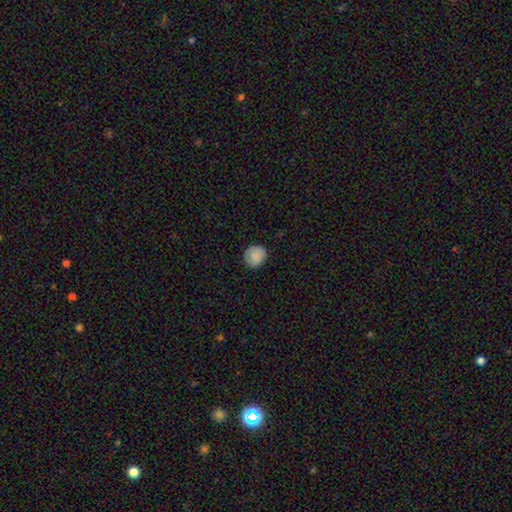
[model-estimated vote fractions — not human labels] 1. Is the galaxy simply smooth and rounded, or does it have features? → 86% smooth, 8% star or artifact, 6% featured or disk.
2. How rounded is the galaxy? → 85% round, 14% in between, 1% cigar-shaped.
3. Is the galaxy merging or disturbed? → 85% none, 12% minor disturbance, 2% major disturbance, 1% merger.